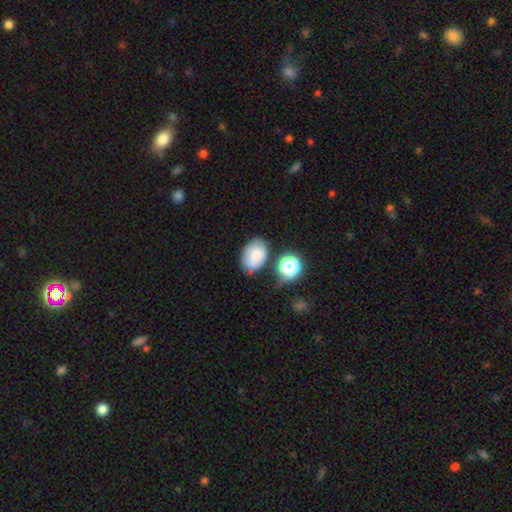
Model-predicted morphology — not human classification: A smooth galaxy with no disk features (70%) that is in between round and cigar-shaped (80%). Merging: none (58%).